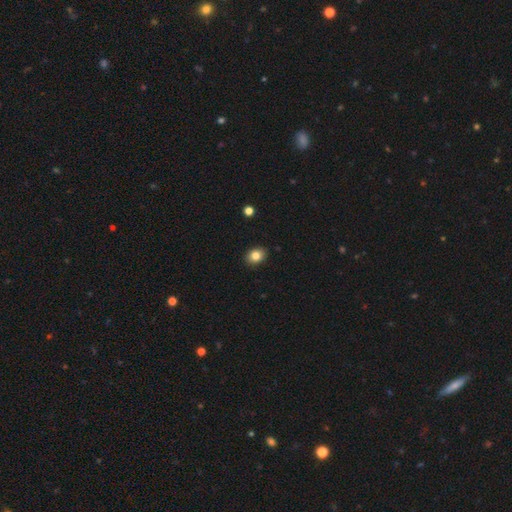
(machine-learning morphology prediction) Smooth or featured: smooth — 83% (star or artifact — 10%)
How rounded: in between — 60% (round — 40%)
Merging: none — 89% (minor disturbance — 8%)